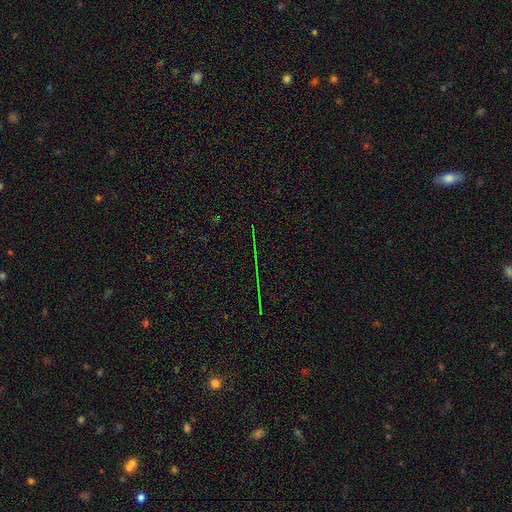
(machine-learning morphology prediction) This appears to be a star or artifact, not a galaxy (75%).